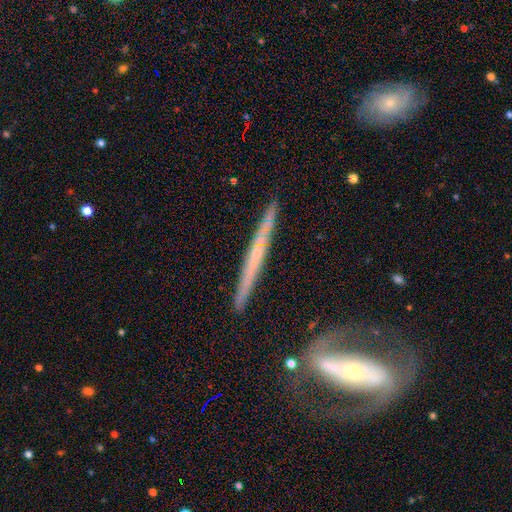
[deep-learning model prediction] The model was most divided on "edge-on bulge": none: 56%, rounded: 38%, boxy: 6%. More confident: edge-on disk — yes (95%); merging — none (85%); smooth or featured — featured or disk (72%).